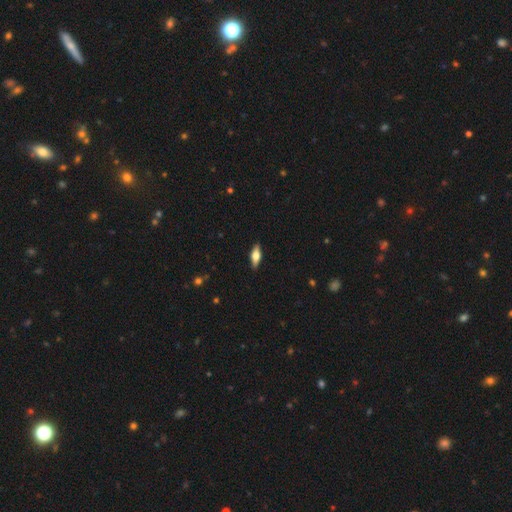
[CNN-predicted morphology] Q: Smooth or featured?
A: smooth (54%); runner-up: featured or disk (39%)
Q: How rounded?
A: in between (64%); runner-up: cigar-shaped (33%)
Q: Merging?
A: none (88%); runner-up: minor disturbance (9%)